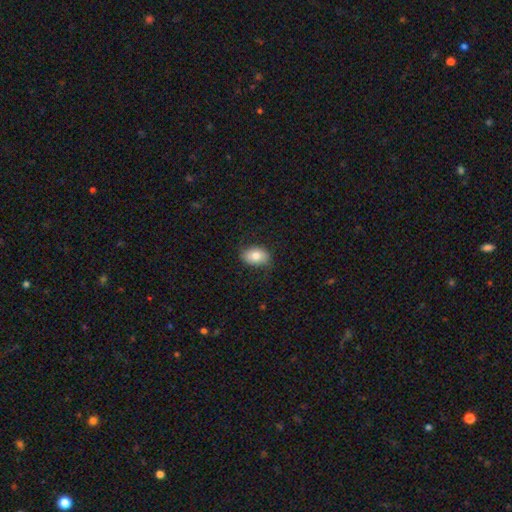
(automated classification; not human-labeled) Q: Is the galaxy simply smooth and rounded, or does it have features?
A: smooth — 79%.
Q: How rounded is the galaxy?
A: in between — 82%.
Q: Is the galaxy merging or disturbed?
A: none — 76%.